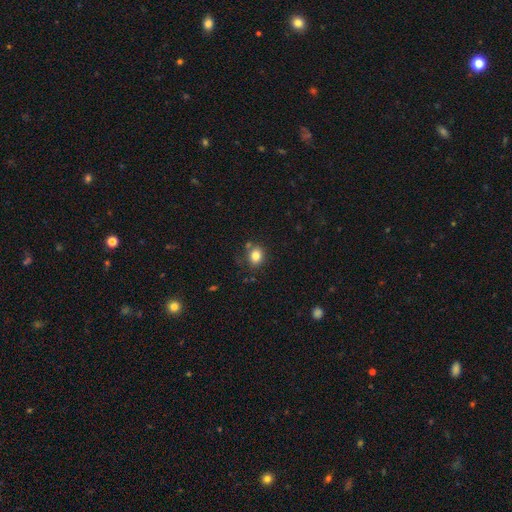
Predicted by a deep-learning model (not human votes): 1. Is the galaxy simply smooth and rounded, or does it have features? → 81% smooth, 11% star or artifact, 8% featured or disk.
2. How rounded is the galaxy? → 60% round, 39% in between, 1% cigar-shaped.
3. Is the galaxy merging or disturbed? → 74% none, 15% minor disturbance, 7% merger, 4% major disturbance.